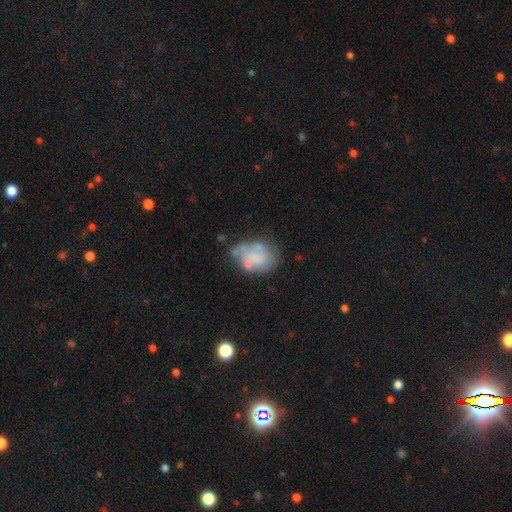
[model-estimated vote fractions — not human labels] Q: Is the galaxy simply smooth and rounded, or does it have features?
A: smooth — 51%.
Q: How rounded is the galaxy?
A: in between — 67%.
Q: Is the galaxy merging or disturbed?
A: none — 41%.